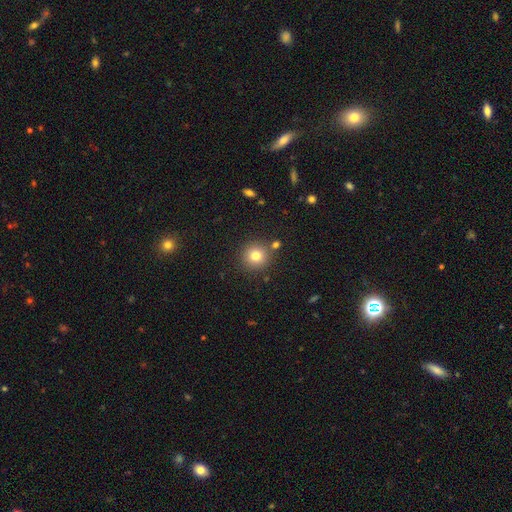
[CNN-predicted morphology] Smooth or featured? smooth (78%)
How rounded? round (94%)
Merging? none (85%)